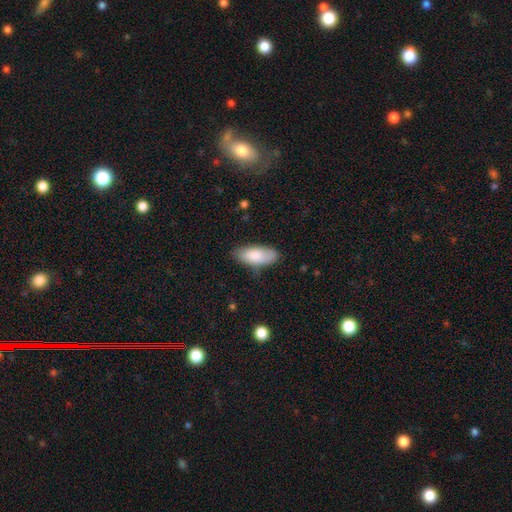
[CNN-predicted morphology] Q: Smooth or featured?
A: smooth (84%); runner-up: featured or disk (10%)
Q: How rounded?
A: in between (84%); runner-up: cigar-shaped (14%)
Q: Merging?
A: none (76%); runner-up: minor disturbance (19%)